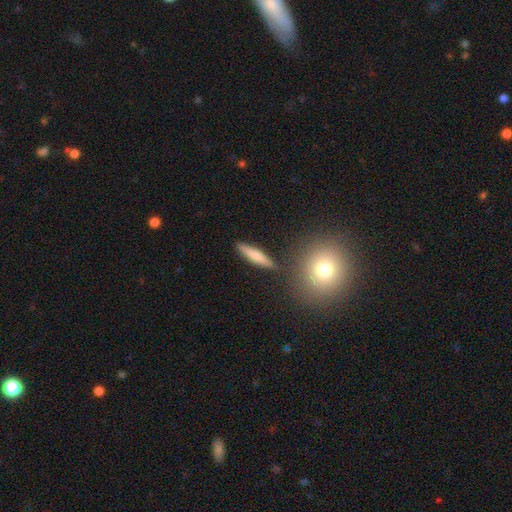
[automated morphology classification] Smooth or featured? Predicted: smooth (p=0.65). How rounded? Predicted: cigar-shaped (p=0.83). Merging? Predicted: none (p=0.82).